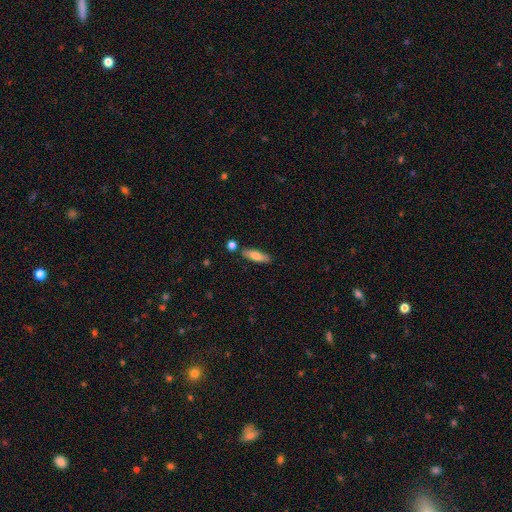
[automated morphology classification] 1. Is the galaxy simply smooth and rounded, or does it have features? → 74% smooth, 20% featured or disk, 6% star or artifact.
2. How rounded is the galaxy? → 54% cigar-shaped, 44% in between, 2% round.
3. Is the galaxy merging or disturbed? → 80% none, 11% minor disturbance, 6% merger, 2% major disturbance.